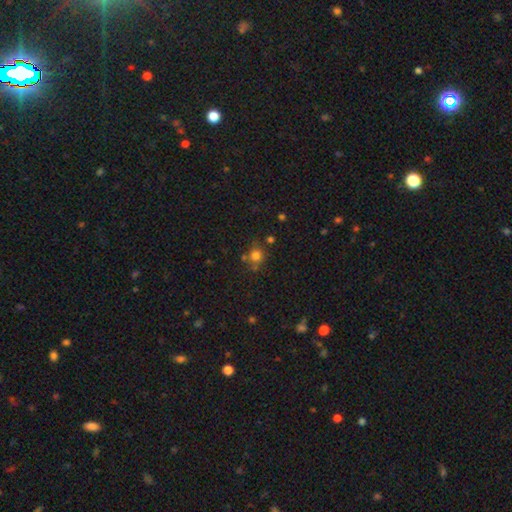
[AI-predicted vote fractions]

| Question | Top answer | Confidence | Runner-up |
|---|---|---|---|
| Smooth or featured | smooth | 75% | star or artifact (17%) |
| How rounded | round | 85% | in between (14%) |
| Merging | none | 67% | minor disturbance (15%) |